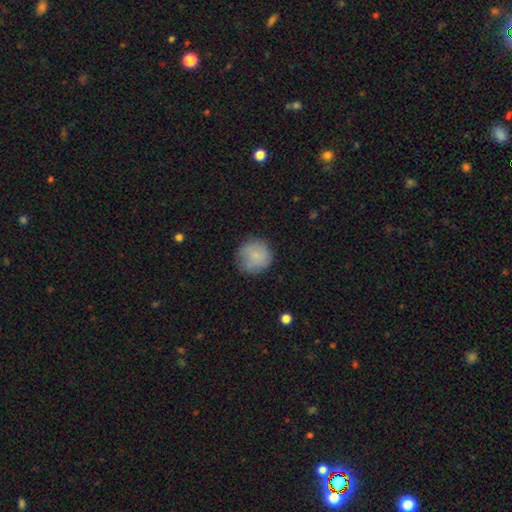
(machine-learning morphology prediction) type=smooth (80%); roundness=round (92%); merging=none (76%).